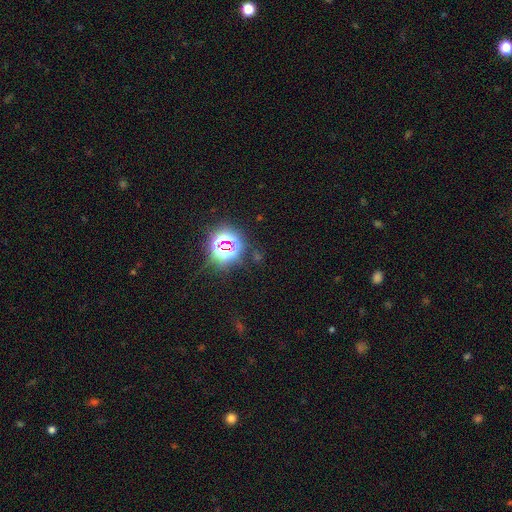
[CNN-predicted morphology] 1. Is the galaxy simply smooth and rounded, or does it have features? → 74% star or artifact, 18% smooth, 8% featured or disk.